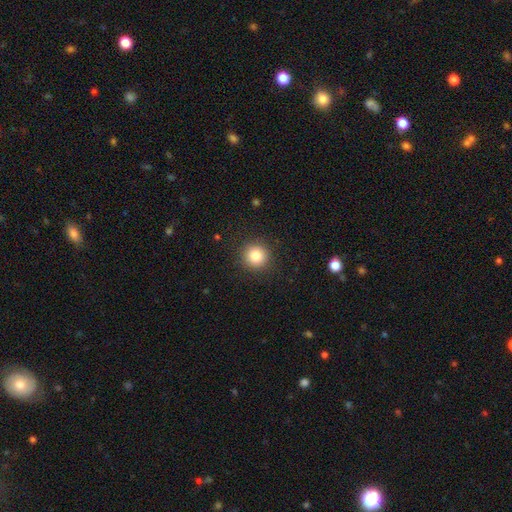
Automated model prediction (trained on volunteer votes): Smooth or featured? smooth (84%)
How rounded? round (94%)
Merging? none (90%)